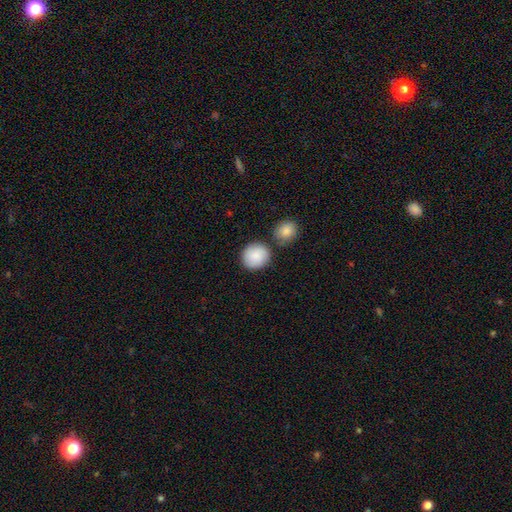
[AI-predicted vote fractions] A smooth galaxy with no disk features (87%) that is round (87%). Merging: none (74%).